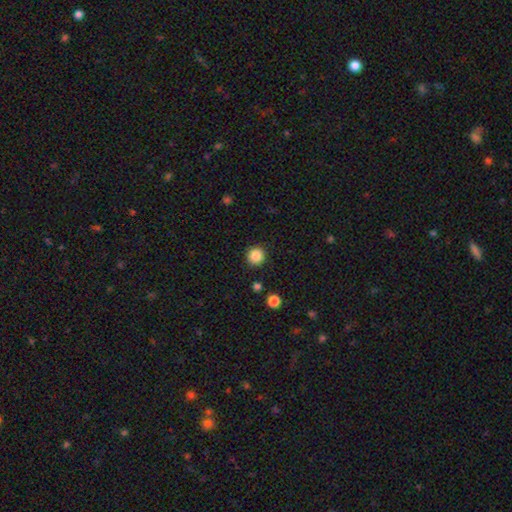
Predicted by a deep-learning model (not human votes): smooth-or-featured: smooth: 86% | star or artifact: 10% | featured or disk: 4%
  how-rounded: round: 95% | in between: 4% | cigar-shaped: 1%
  merging: none: 91% | minor disturbance: 6% | major disturbance: 2% | merger: 2%